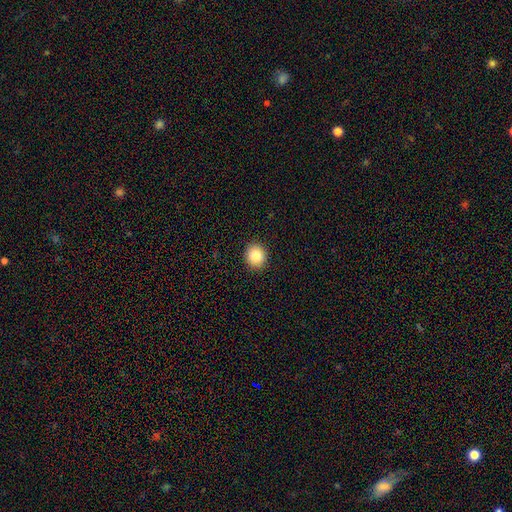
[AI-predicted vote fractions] The model was most divided on "how rounded": round: 84%, in between: 15%, cigar-shaped: 1%. More confident: merging — none (92%); smooth or featured — smooth (83%).